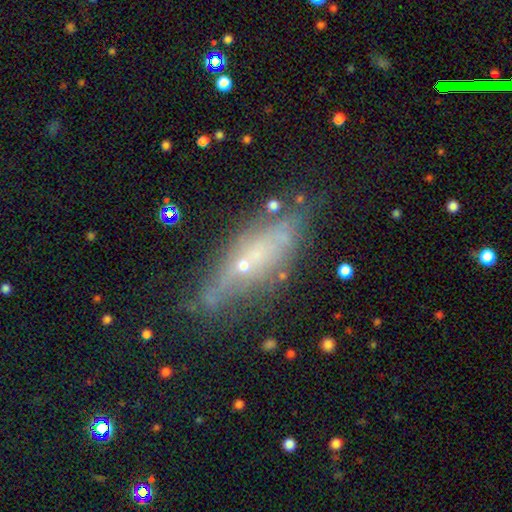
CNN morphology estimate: The model was most divided on "edge-on disk": yes: 59%, no: 41%. More confident: merging — none (69%); smooth or featured — featured or disk (56%).